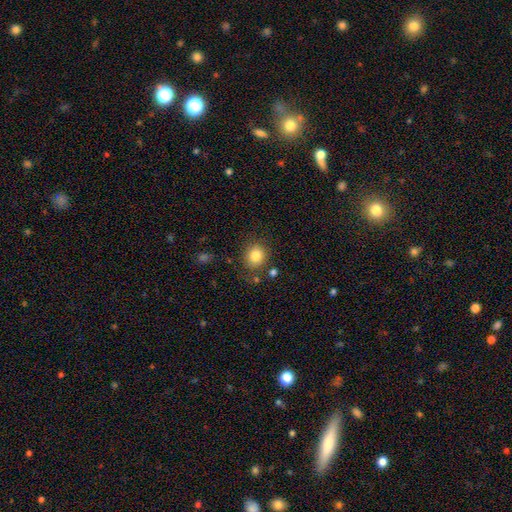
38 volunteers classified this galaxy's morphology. Smooth or featured? 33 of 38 (87%) said smooth. How rounded? 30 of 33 (91%) said round. Merging? 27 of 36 (75%) said none.